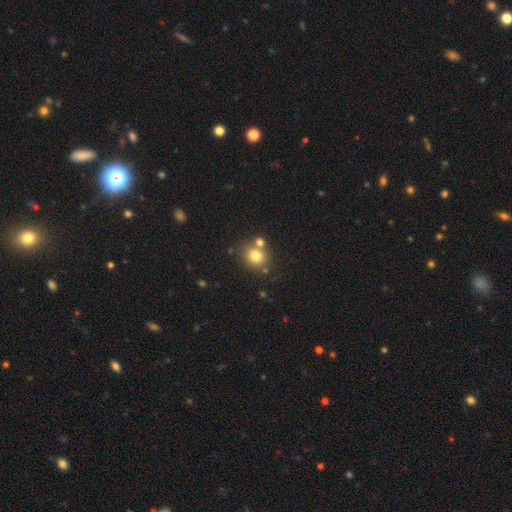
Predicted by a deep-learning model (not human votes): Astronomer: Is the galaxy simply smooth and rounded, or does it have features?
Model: smooth — 79%.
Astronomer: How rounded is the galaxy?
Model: round — 84%.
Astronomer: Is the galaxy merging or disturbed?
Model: none — 67%.